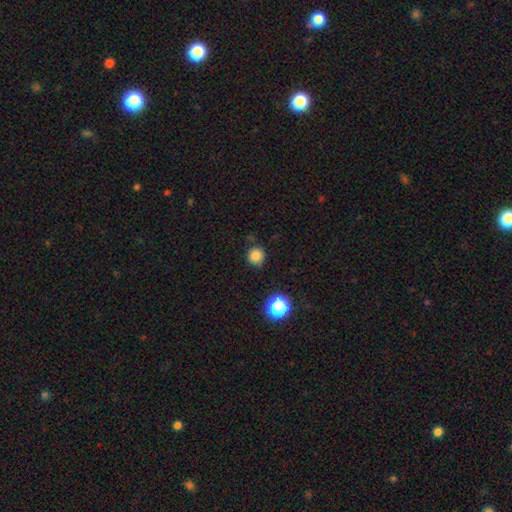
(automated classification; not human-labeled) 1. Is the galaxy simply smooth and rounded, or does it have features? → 83% smooth, 13% star or artifact, 4% featured or disk.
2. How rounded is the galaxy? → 92% round, 7% in between, 1% cigar-shaped.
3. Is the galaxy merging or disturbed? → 83% none, 11% minor disturbance, 3% merger, 3% major disturbance.